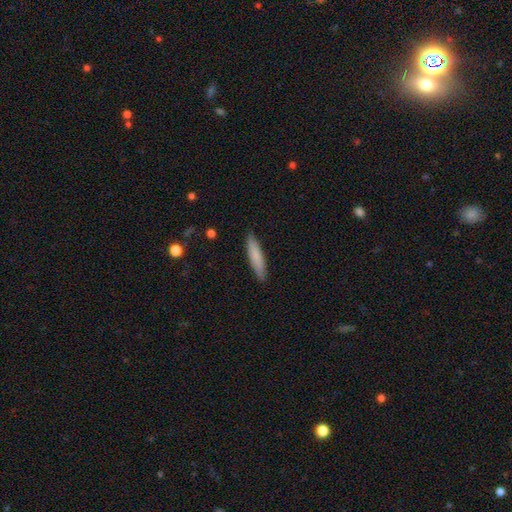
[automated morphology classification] smooth 81%, featured or disk 13%, star or artifact 6%. Down the decision tree: how rounded — cigar-shaped (83%); merging — none (89%).